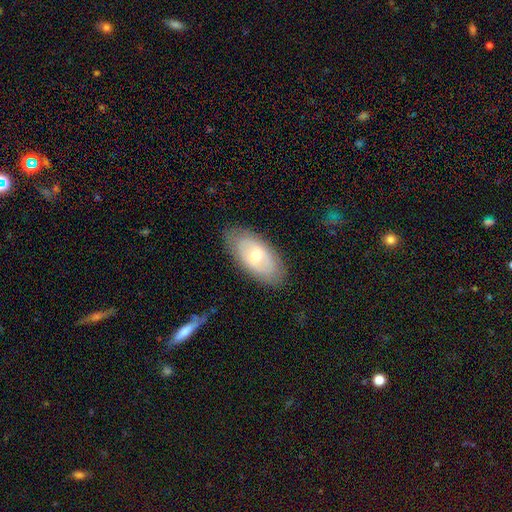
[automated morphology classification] This is possibly a featured or disk galaxy (47%, tied with smooth). Merging: clearly none (83%).